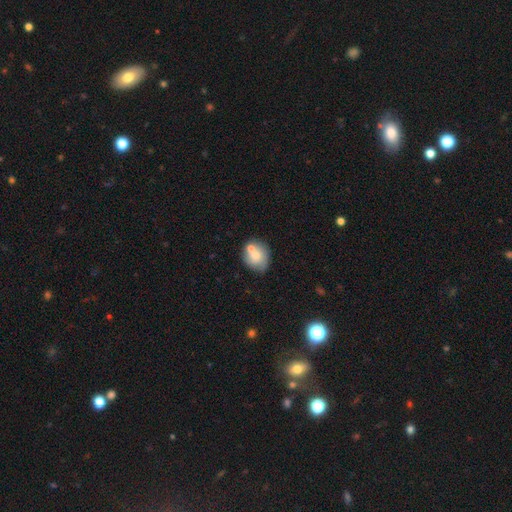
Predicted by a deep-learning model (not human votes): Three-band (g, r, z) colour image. It shows a smooth galaxy with no disk features (67%) that is round (66%). Merging: none (49%).